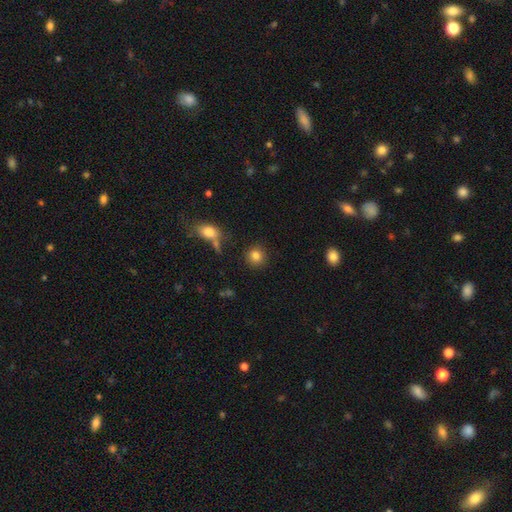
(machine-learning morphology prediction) type=smooth (84%); roundness=round (88%); merging=none (85%).